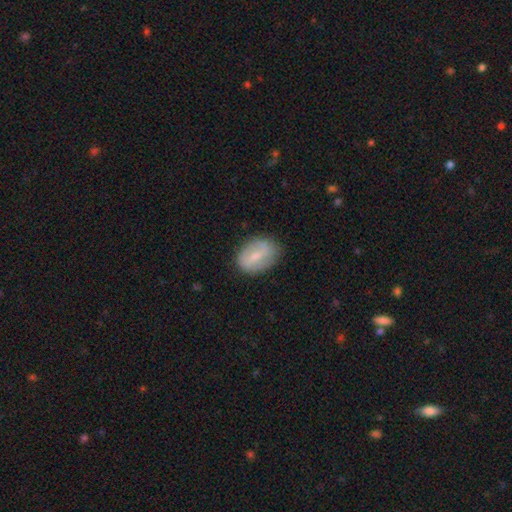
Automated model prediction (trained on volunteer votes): smooth-or-featured: smooth: 47% | featured or disk: 46% | star or artifact: 7%
  merging: none: 77% | minor disturbance: 17% | major disturbance: 5% | merger: 1%